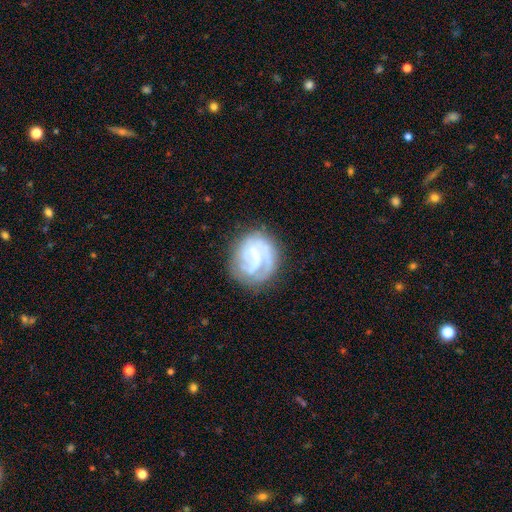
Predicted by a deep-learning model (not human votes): A featured or disk galaxy (77%) with a weak bar (48%), 2 (37%) tight (52%) spiral arms (87%) and a small central bulge (44%). Merging: none (66%).